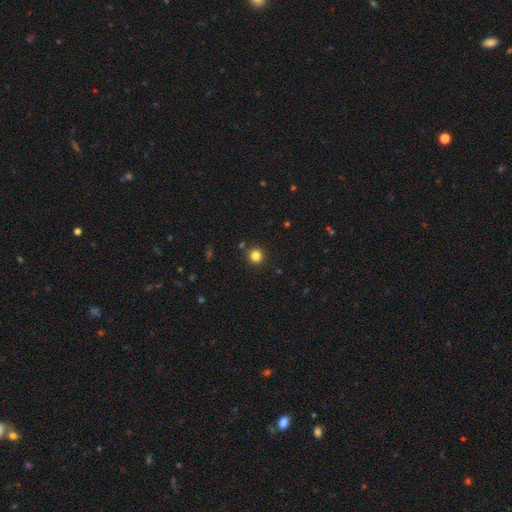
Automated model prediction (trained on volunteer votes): Smooth or featured? Predicted: smooth (p=0.83). How rounded? Predicted: round (p=0.93). Merging? Predicted: none (p=0.90).